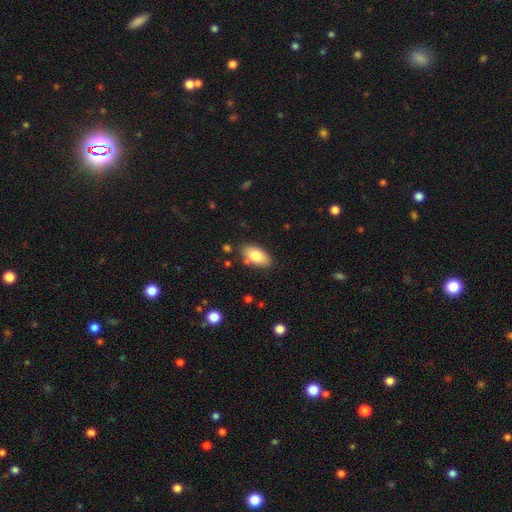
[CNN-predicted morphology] Smooth or featured?
  - smooth: 79% *
  - featured or disk: 14%
  - star or artifact: 7%
How rounded?
  - in between: 92% *
  - cigar-shaped: 5%
  - round: 4%
Merging?
  - none: 82% *
  - minor disturbance: 13%
  - merger: 3%
  - major disturbance: 3%